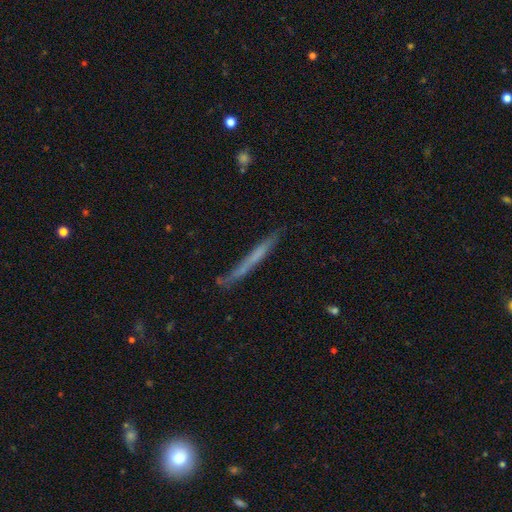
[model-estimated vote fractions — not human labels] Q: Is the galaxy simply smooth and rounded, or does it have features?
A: smooth — 50%.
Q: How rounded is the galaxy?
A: cigar-shaped — 97%.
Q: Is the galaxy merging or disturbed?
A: none — 73%.